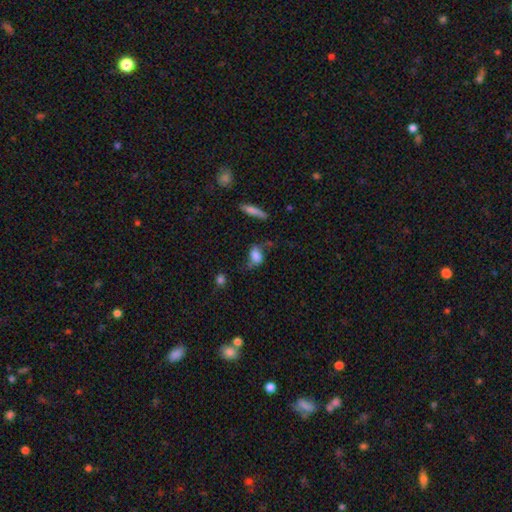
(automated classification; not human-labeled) This appears to be a smooth galaxy with no disk features (71%) that is in between round and cigar-shaped (79%). Merging: none (43%).